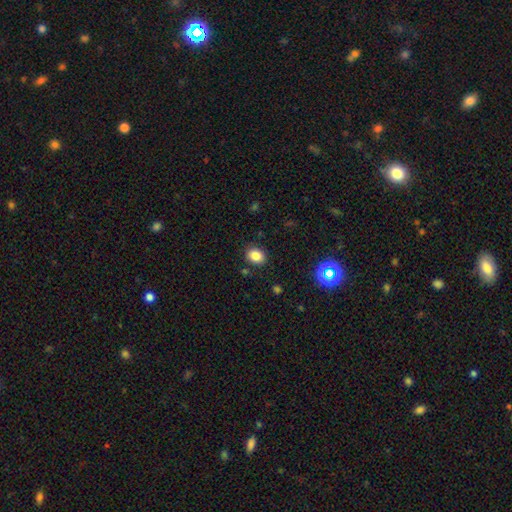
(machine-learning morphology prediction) type=smooth (83%); roundness=in between (52%); merging=none (86%).